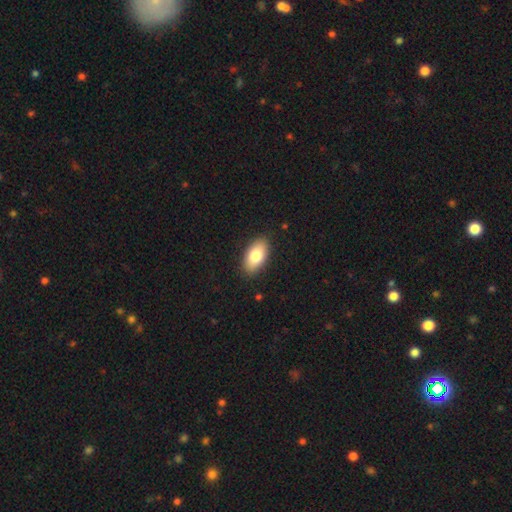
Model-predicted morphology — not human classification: This is clearly a smooth galaxy (80%). How rounded: clearly in between (93%). Merging: clearly none (88%).